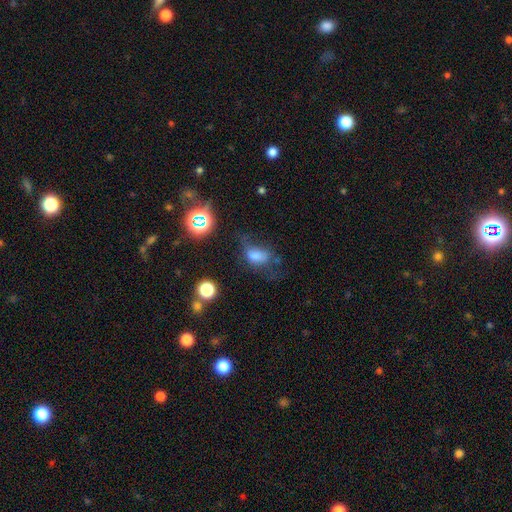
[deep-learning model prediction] Smooth or featured: smooth — 58% (star or artifact — 21%)
How rounded: in between — 77% (round — 20%)
Merging: none — 36% (major disturbance — 32%)